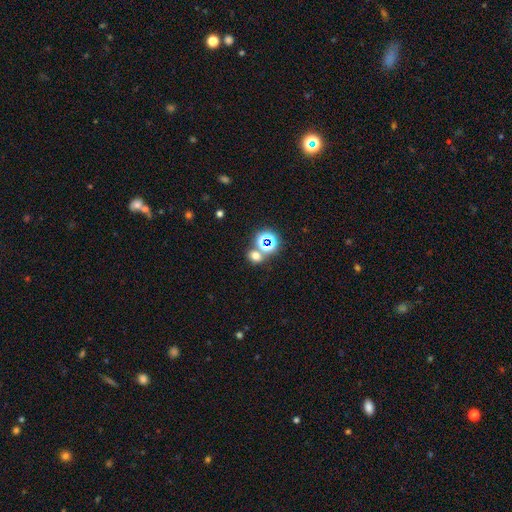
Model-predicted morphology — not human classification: Q: Smooth or featured?
A: smooth (54%); runner-up: star or artifact (37%)
Q: How rounded?
A: round (61%); runner-up: in between (37%)
Q: Merging?
A: none (64%); runner-up: merger (23%)